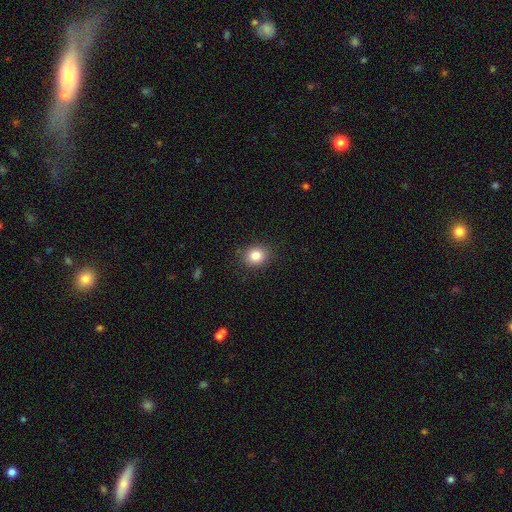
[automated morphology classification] Smooth or featured? smooth (85%)
How rounded? round (63%)
Merging? none (88%)